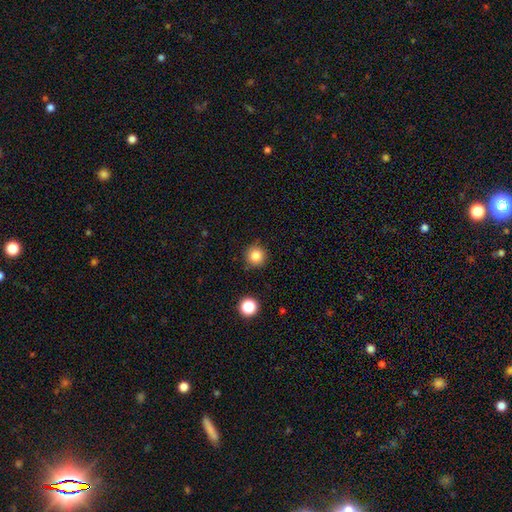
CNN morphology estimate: The model was most divided on "smooth or featured": smooth: 83%, star or artifact: 12%, featured or disk: 5%. More confident: how rounded — round (95%); merging — none (89%).